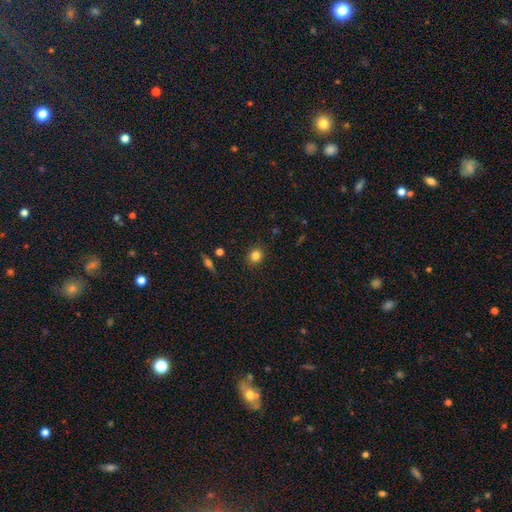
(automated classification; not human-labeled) Smooth or featured?
  - smooth: 83% *
  - star or artifact: 12%
  - featured or disk: 6%
How rounded?
  - round: 75% *
  - in between: 24%
  - cigar-shaped: 1%
Merging?
  - none: 89% *
  - minor disturbance: 7%
  - major disturbance: 2%
  - merger: 1%